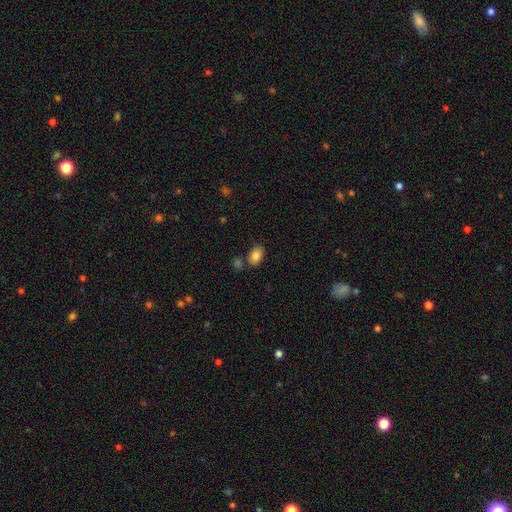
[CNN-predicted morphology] Smooth or featured: smooth — 85% (star or artifact — 8%)
How rounded: in between — 90% (round — 9%)
Merging: none — 76% (minor disturbance — 12%)